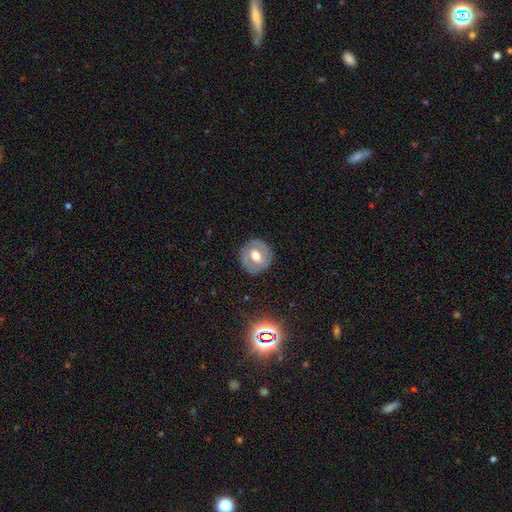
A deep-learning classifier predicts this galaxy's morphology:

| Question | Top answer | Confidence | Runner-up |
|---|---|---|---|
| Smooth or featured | featured or disk | 48% | smooth (44%) |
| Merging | none | 85% | minor disturbance (11%) |